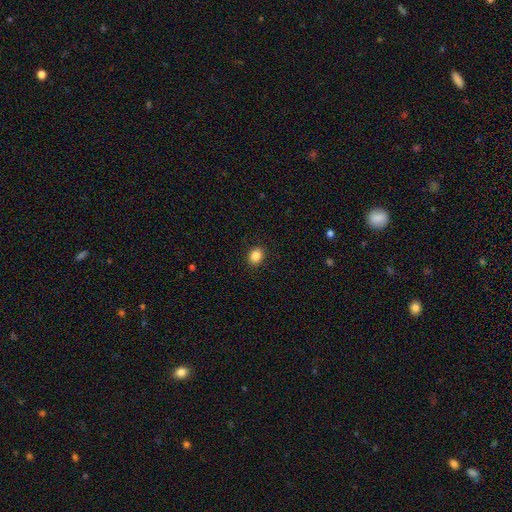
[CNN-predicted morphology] Smooth or featured: smooth — 87% (star or artifact — 10%)
How rounded: round — 53% (in between — 46%)
Merging: none — 90% (minor disturbance — 7%)